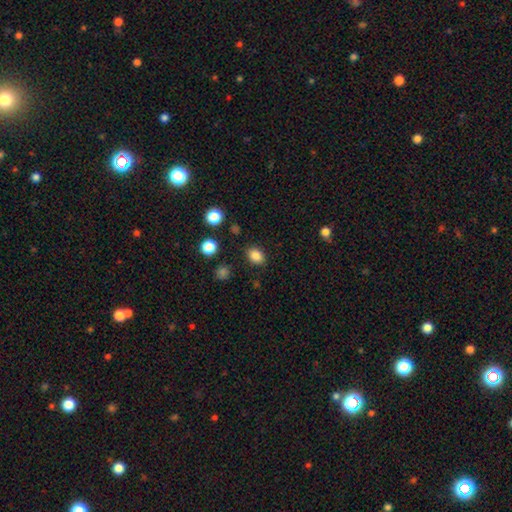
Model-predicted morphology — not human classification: smooth 85%, star or artifact 11%, featured or disk 4%. Down the decision tree: how rounded — in between (64%); merging — none (86%).